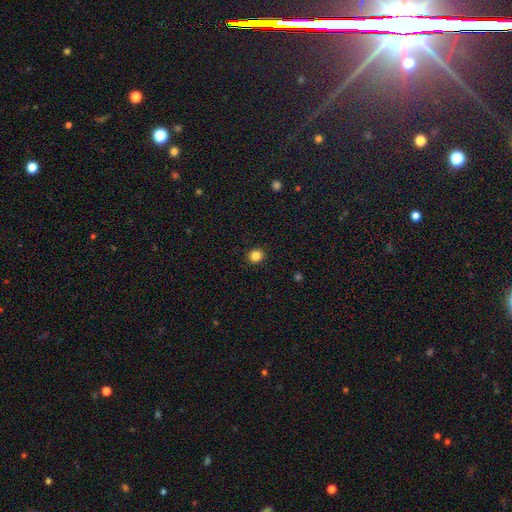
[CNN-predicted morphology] Smooth or featured? smooth (85%)
How rounded? round (87%)
Merging? none (92%)